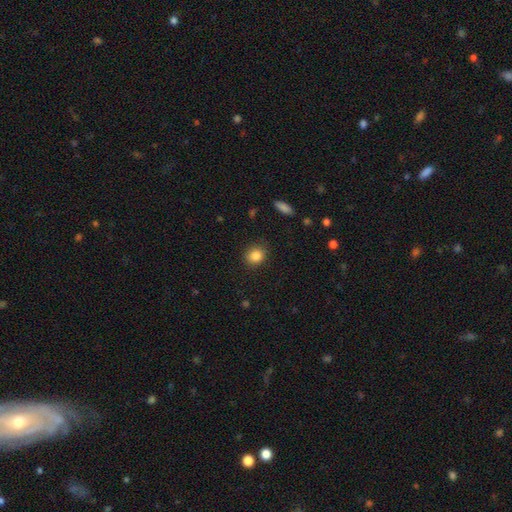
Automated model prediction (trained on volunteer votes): smooth 85%, star or artifact 10%, featured or disk 5%. Down the decision tree: how rounded — round (73%); merging — none (86%).